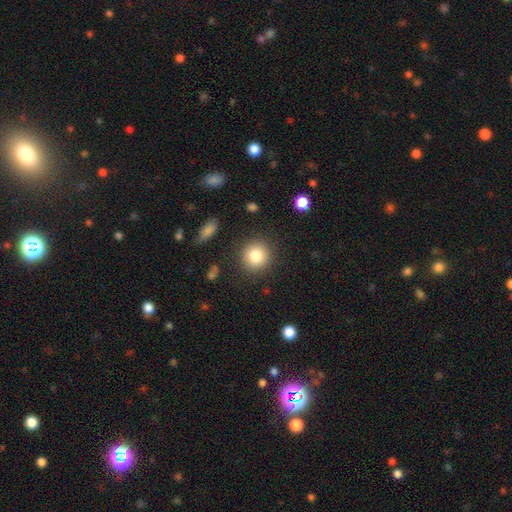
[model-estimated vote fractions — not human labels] smooth-or-featured: smooth: 82% | star or artifact: 10% | featured or disk: 8%
  how-rounded: round: 91% | in between: 8% | cigar-shaped: 1%
  merging: none: 88% | minor disturbance: 7% | major disturbance: 3% | merger: 2%